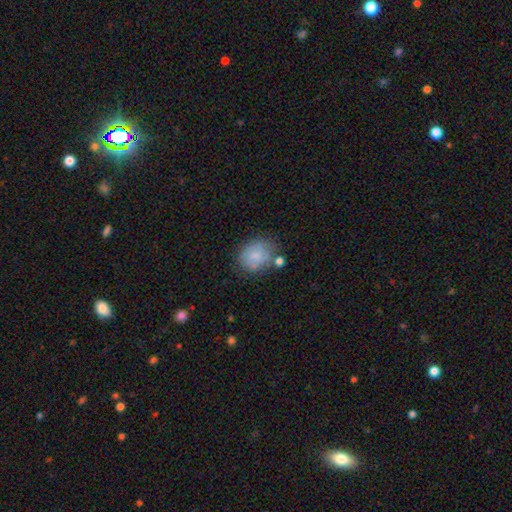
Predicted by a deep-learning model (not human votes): smooth_or_featured: smooth (p=0.75) [alt: featured or disk p=0.16]
how_rounded: round (p=0.54) [alt: in between p=0.45]
merging: none (p=0.56) [alt: minor disturbance p=0.24]